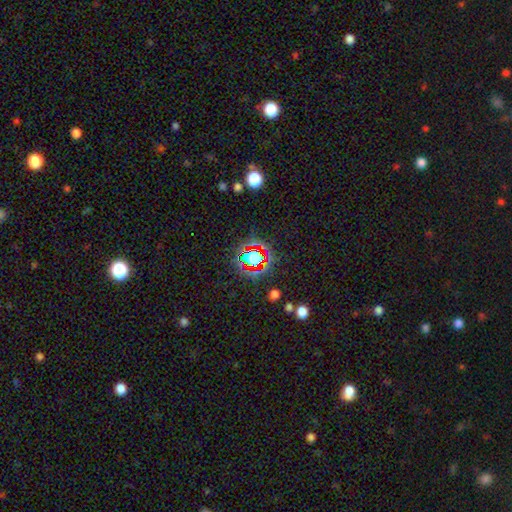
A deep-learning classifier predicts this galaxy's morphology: Overall: star or artifact (64%).